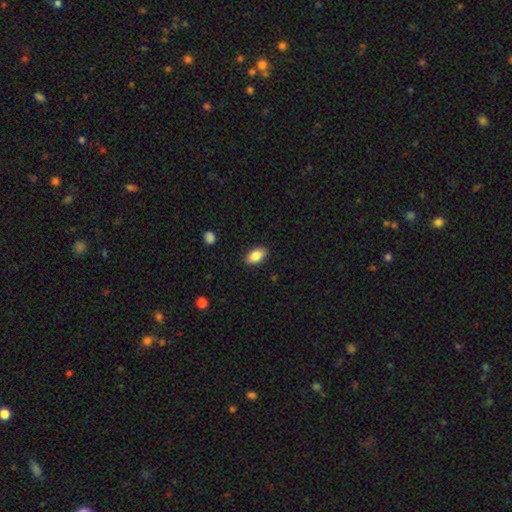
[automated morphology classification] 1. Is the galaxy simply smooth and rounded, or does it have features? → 86% smooth, 7% star or artifact, 6% featured or disk.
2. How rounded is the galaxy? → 93% in between, 5% round, 2% cigar-shaped.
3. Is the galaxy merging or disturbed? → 89% none, 8% minor disturbance, 2% major disturbance, 1% merger.